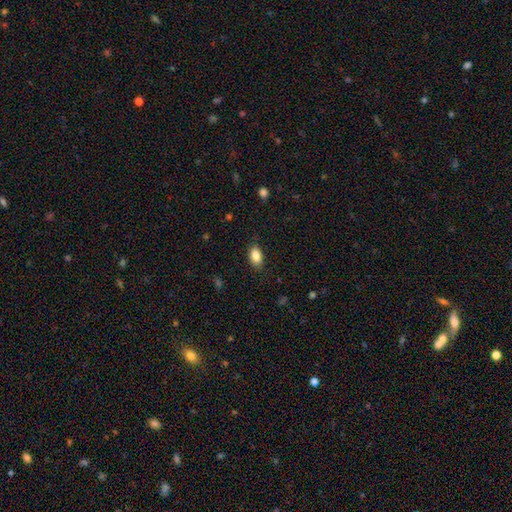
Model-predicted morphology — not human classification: This is clearly a smooth galaxy (87%). How rounded: clearly in between (91%). Merging: clearly none (85%).